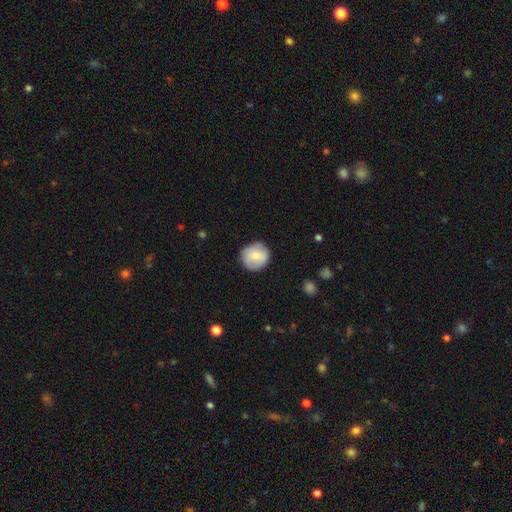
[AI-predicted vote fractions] Smooth or featured? Predicted: smooth (p=0.75). How rounded? Predicted: round (p=0.90). Merging? Predicted: none (p=0.84).